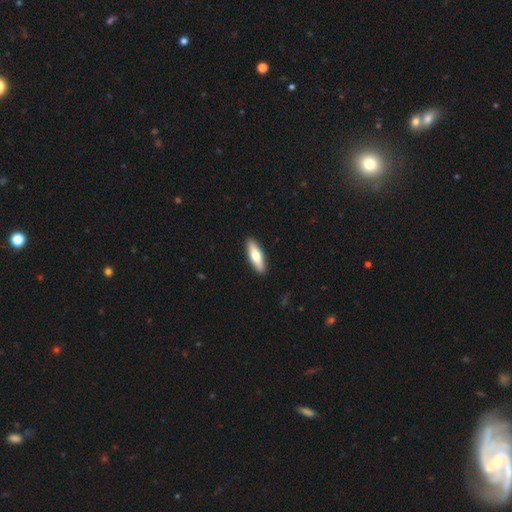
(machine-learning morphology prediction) Overall: smooth (65%; featured or disk 30%). How rounded: cigar-shaped (57%; in between 41%). Merging: none (91%).